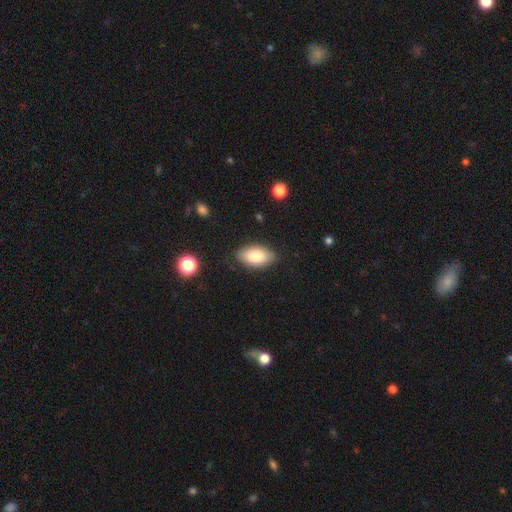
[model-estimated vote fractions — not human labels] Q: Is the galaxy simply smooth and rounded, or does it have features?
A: smooth — 82%.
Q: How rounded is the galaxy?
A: in between — 93%.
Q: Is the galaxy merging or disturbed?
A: none — 85%.